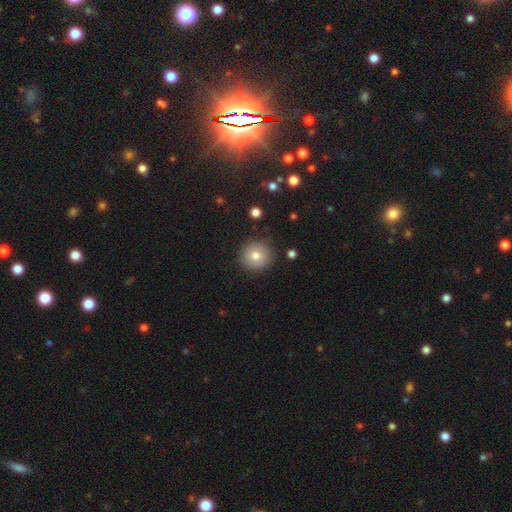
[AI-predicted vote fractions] The model was most divided on "smooth or featured": smooth: 77%, featured or disk: 12%, star or artifact: 10%. More confident: how rounded — round (93%); merging — none (87%).